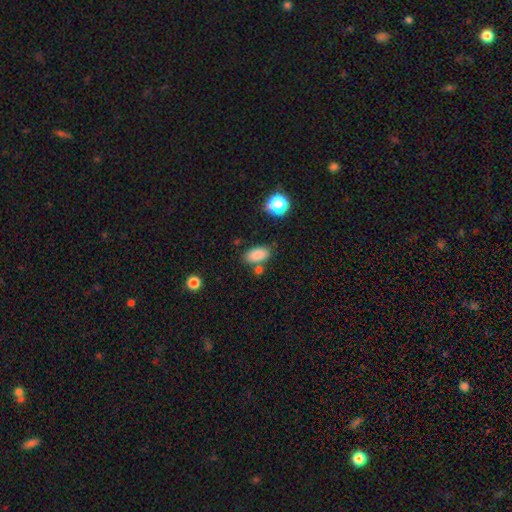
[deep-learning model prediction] Overall: smooth (86%). How rounded: in between (90%). Merging: none (73%).